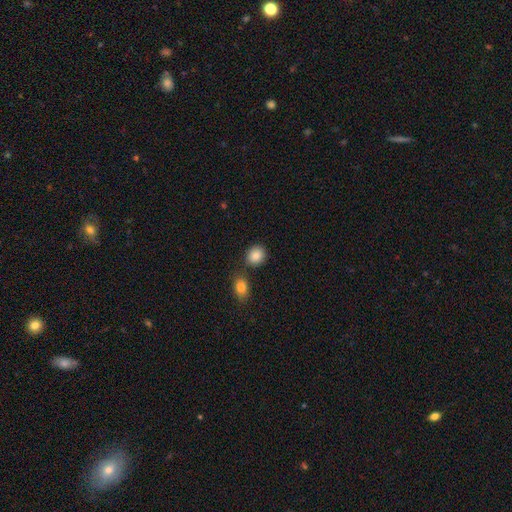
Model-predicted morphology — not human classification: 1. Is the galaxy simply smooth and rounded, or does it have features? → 87% smooth, 8% star or artifact, 5% featured or disk.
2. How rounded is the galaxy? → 65% round, 34% in between, 1% cigar-shaped.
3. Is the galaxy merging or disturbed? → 76% none, 11% merger, 10% minor disturbance, 3% major disturbance.